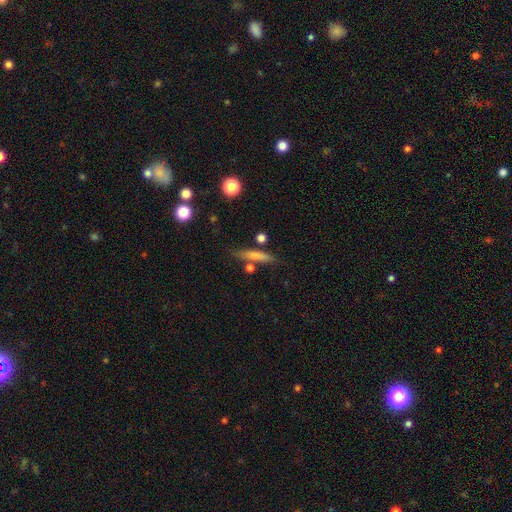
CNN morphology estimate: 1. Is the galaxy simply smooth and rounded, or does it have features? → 74% smooth, 19% featured or disk, 7% star or artifact.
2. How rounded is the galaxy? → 85% cigar-shaped, 12% in between, 3% round.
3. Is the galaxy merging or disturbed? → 76% none, 12% minor disturbance, 8% merger, 3% major disturbance.